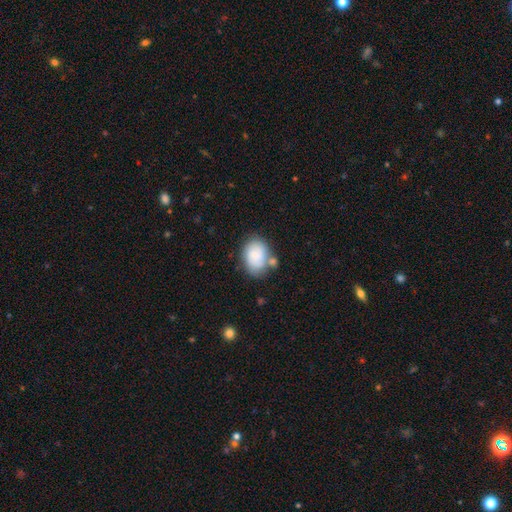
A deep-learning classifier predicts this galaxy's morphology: The model was most divided on "merging": none: 53%, minor disturbance: 21%, merger: 18%, major disturbance: 7%. More confident: smooth or featured — smooth (80%); how rounded — in between (76%).